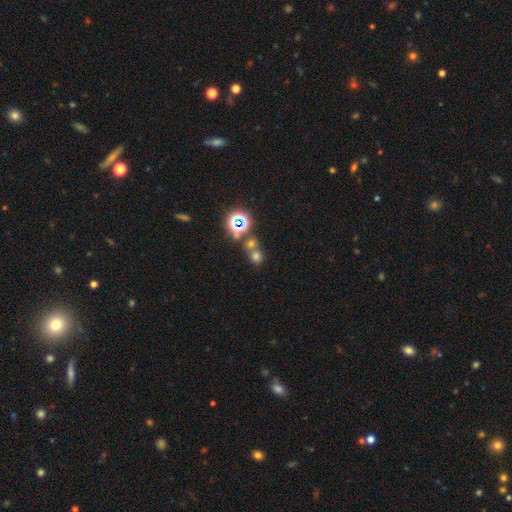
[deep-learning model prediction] Q: Smooth or featured?
A: smooth (55%); runner-up: star or artifact (34%)
Q: How rounded?
A: round (76%); runner-up: in between (22%)
Q: Merging?
A: none (47%); runner-up: merger (40%)